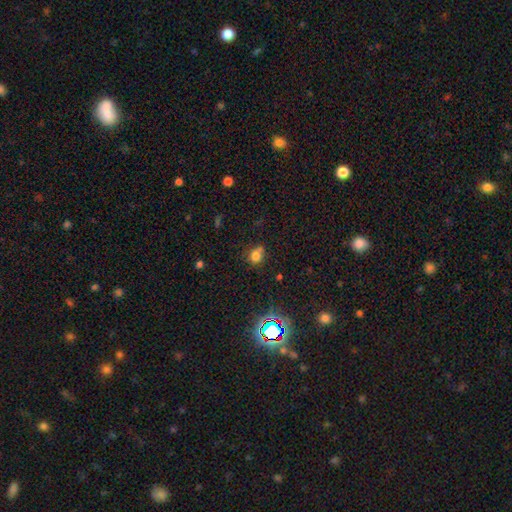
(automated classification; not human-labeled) The model was most divided on "merging": none: 59%, merger: 18%, minor disturbance: 17%, major disturbance: 6%. More confident: how rounded — round (75%); smooth or featured — smooth (74%).